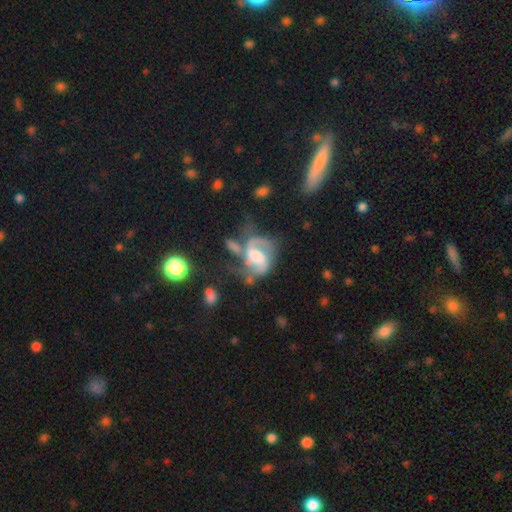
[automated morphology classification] A featured or disk galaxy (84%) with a weak bar (47%), 2 (82%) medium (54%) spiral arms (94%) and a moderate central bulge (46%). Merging: none (36%).